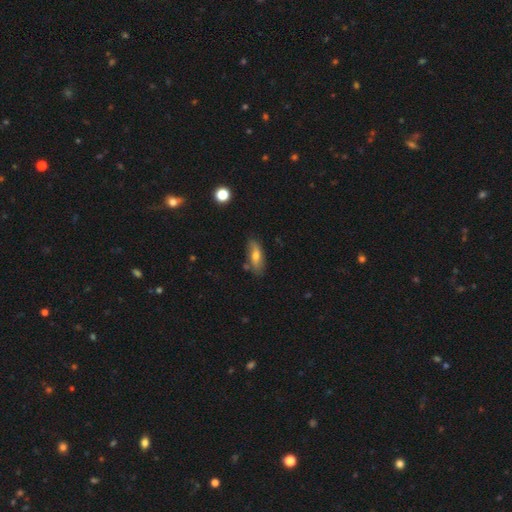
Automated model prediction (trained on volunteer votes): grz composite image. It shows a smooth galaxy with no disk features (61%) that is in between round and cigar-shaped (71%). Merging: none (72%).